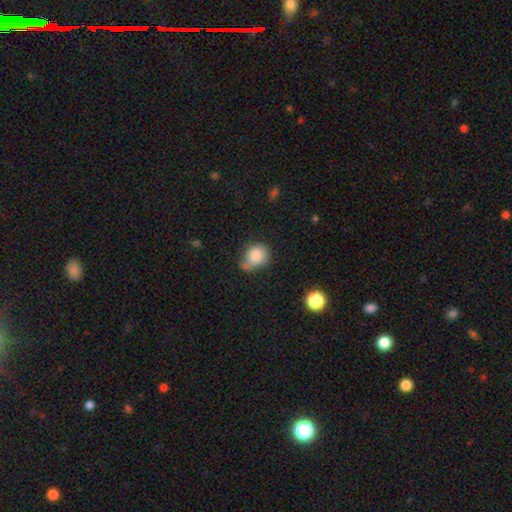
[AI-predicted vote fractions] This appears to be a smooth galaxy with no disk features (84%) that is round (61%). Merging: none (45%).